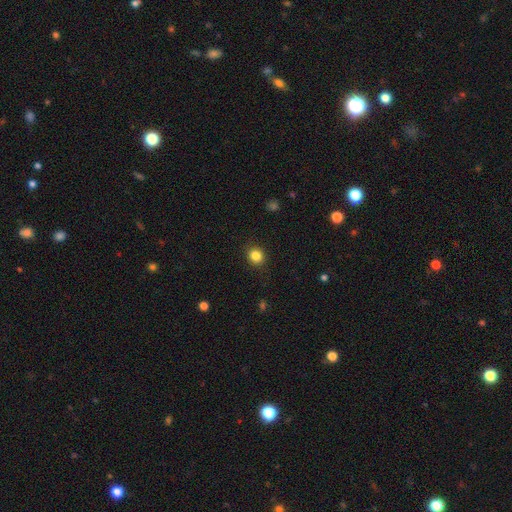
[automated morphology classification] type=smooth (84%); roundness=round (80%); merging=none (89%).